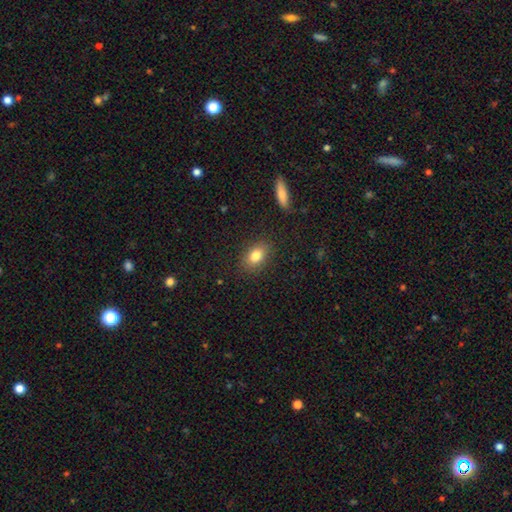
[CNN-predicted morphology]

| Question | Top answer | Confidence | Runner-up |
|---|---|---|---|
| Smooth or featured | smooth | 81% | featured or disk (10%) |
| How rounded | in between | 78% | round (19%) |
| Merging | none | 86% | minor disturbance (10%) |